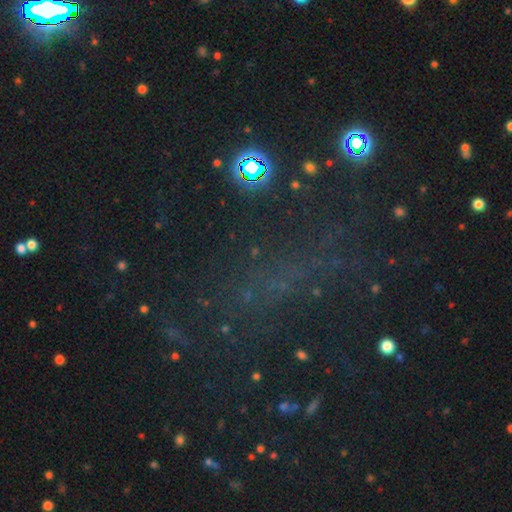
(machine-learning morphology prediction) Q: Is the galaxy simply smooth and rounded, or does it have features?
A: star or artifact — 59%.